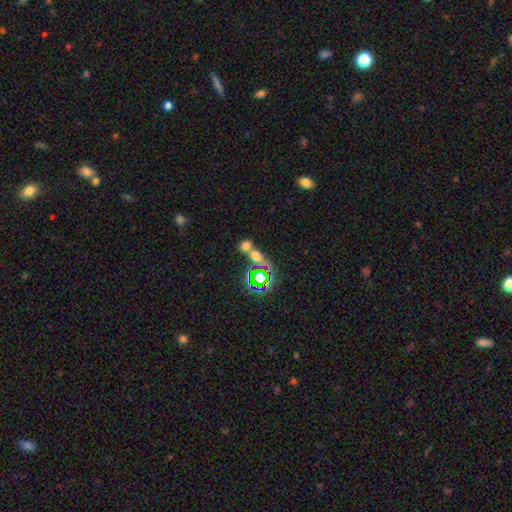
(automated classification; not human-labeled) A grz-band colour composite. It shows a smooth galaxy with no disk features (53%) that is round (54%). Merging: merger (54%).